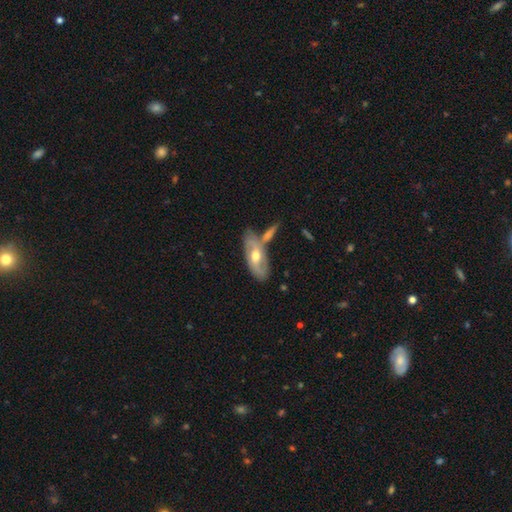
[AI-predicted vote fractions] Smooth or featured? featured or disk (64%)
Edge-on disk? no (78%)
Merging? none (55%)